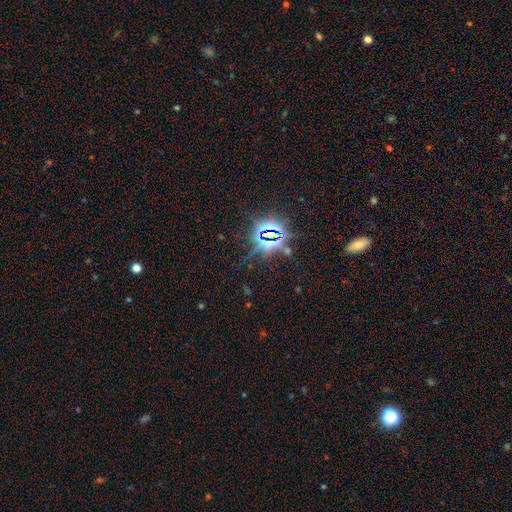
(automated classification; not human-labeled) star or artifact 82%, smooth 11%, featured or disk 7%.